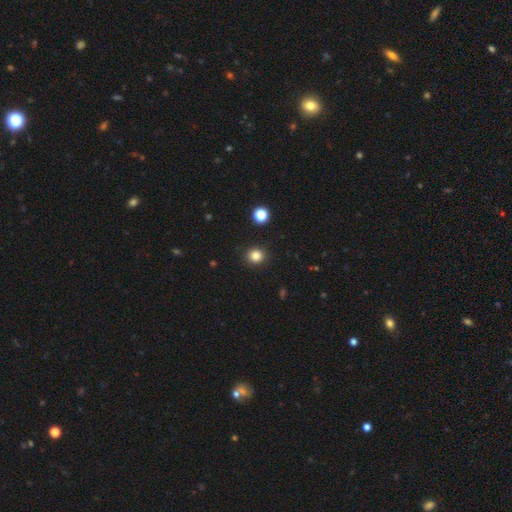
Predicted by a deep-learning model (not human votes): The model was most divided on "smooth or featured": smooth: 82%, star or artifact: 13%, featured or disk: 5%. More confident: merging — none (91%); how rounded — round (87%).